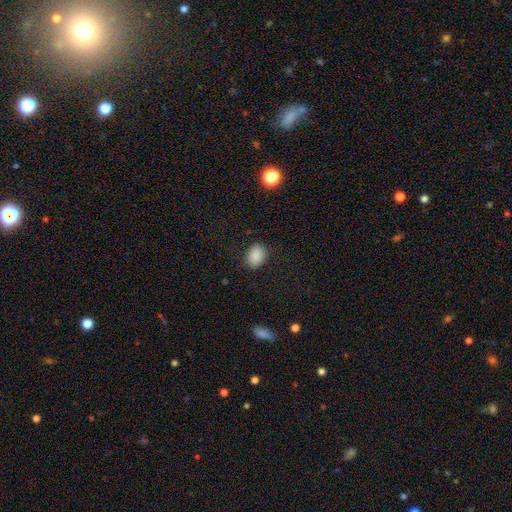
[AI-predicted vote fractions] smooth_or_featured: smooth (p=0.88) [alt: star or artifact p=0.08]
how_rounded: in between (p=0.70) [alt: round p=0.29]
merging: none (p=0.85) [alt: minor disturbance p=0.10]